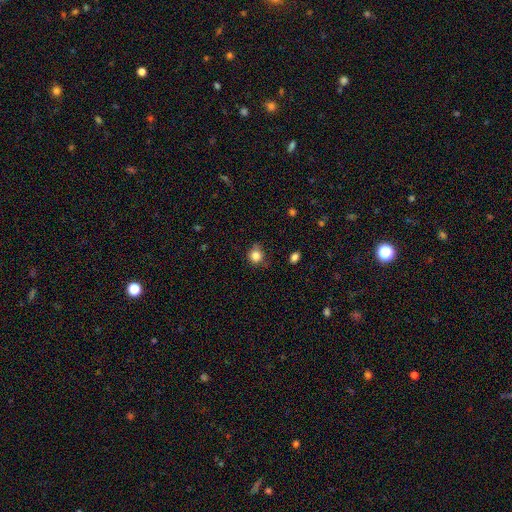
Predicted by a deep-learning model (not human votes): Smooth or featured?
  - smooth: 83% *
  - star or artifact: 11%
  - featured or disk: 6%
How rounded?
  - round: 84% *
  - in between: 15%
  - cigar-shaped: 1%
Merging?
  - none: 67% *
  - minor disturbance: 25%
  - major disturbance: 6%
  - merger: 2%